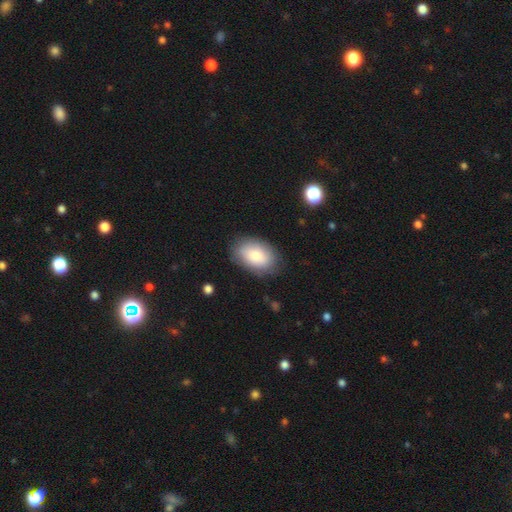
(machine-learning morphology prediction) The model was most divided on "merging": none: 81%, minor disturbance: 14%, major disturbance: 4%, merger: 1%. More confident: how rounded — in between (90%); smooth or featured — smooth (82%).